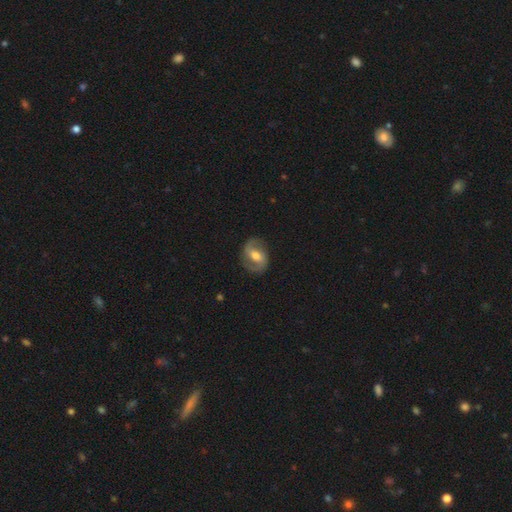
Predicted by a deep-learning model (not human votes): smooth_or_featured: featured or disk (p=0.74) [alt: smooth p=0.20]
disk_edge_on: no (p=0.97) [alt: yes p=0.03]
bar: weak (p=0.46) [alt: strong p=0.30]
has_spiral_arms: yes (p=0.88) [alt: no p=0.12]
spiral_winding: medium (p=0.49) [alt: loose p=0.28]
spiral_arm_count: 2 (p=0.89) [alt: can't tell p=0.05]
bulge_size: moderate (p=0.68) [alt: small p=0.20]
merging: none (p=0.80) [alt: minor disturbance p=0.13]